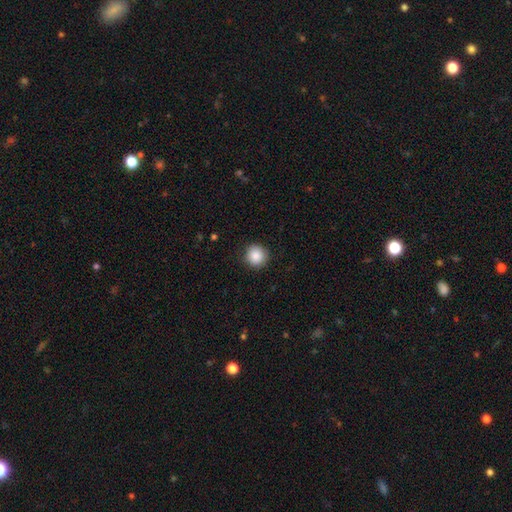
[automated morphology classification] Smooth or featured? smooth (88%)
How rounded? round (94%)
Merging? none (90%)